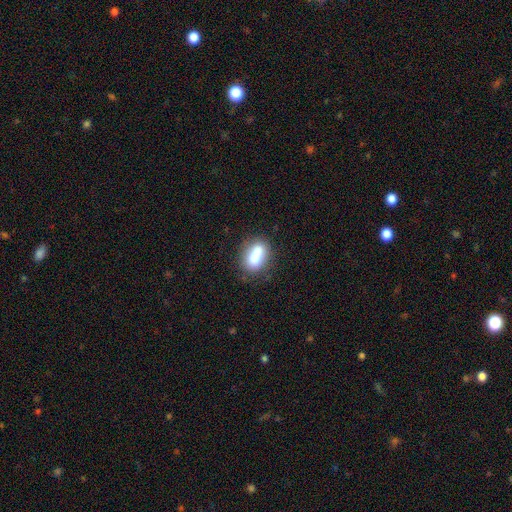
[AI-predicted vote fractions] Overall: smooth (78%). How rounded: in between (75%). Merging: none (73%).